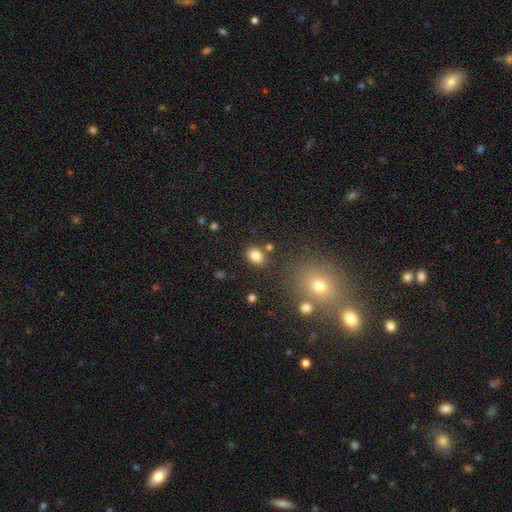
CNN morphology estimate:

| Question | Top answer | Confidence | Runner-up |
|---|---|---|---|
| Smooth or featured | smooth | 82% | star or artifact (12%) |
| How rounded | in between | 56% | round (43%) |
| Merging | none | 80% | minor disturbance (11%) |